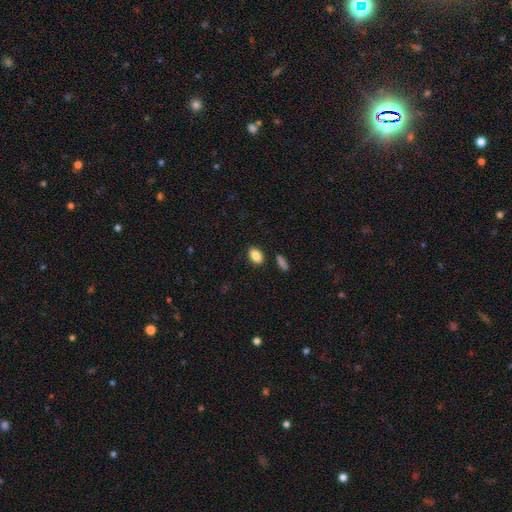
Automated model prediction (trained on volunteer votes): Overall: smooth (87%). How rounded: in between (86%). Merging: none (86%).